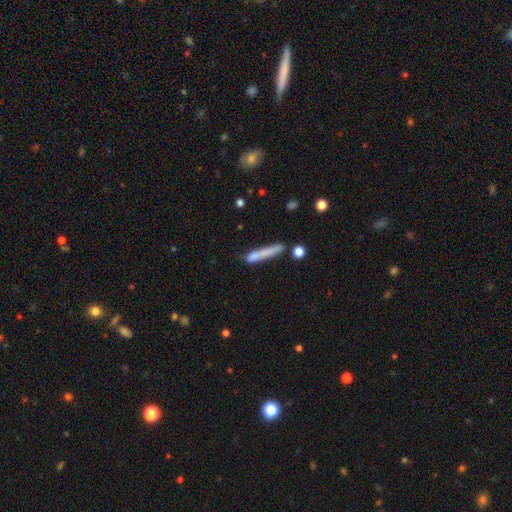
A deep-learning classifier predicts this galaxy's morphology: Q: Smooth or featured?
A: smooth (68%); runner-up: featured or disk (24%)
Q: How rounded?
A: cigar-shaped (92%); runner-up: in between (5%)
Q: Merging?
A: none (63%); runner-up: minor disturbance (19%)